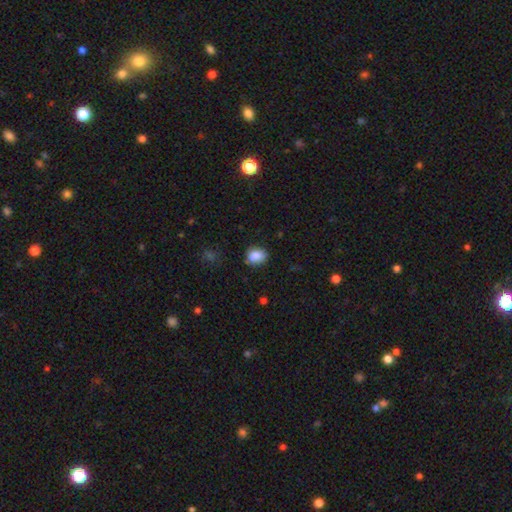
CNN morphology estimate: Overall: smooth (86%). How rounded: in between (52%; round 47%). Merging: none (77%).